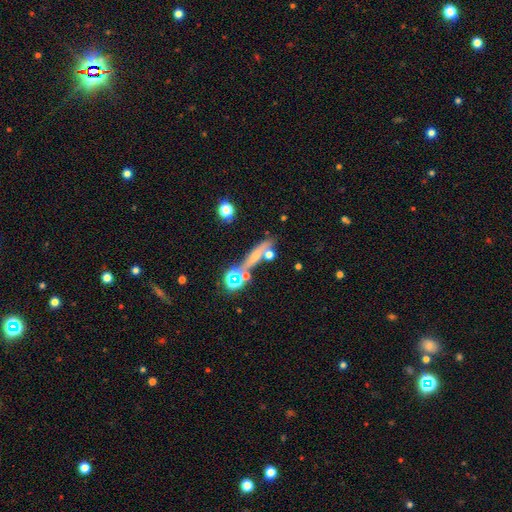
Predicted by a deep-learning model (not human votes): featured or disk 42%, smooth 40%, star or artifact 18%. Down the decision tree: merging — none (58%).